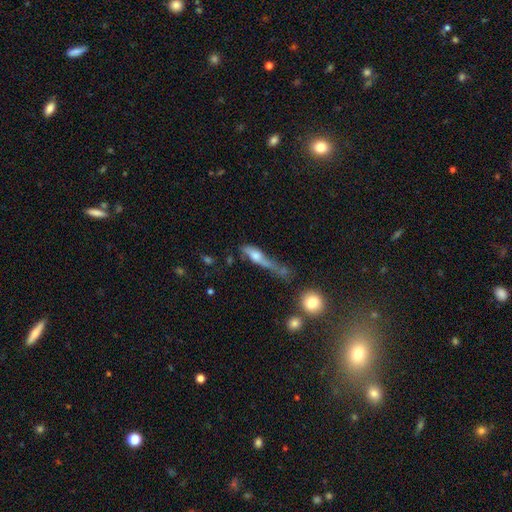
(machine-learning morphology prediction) A smooth galaxy with no disk features (50%).

Vote fractions:
- Smooth or featured? smooth: 50% / featured or disk: 41% / star or artifact: 10%
- Merging? major disturbance: 35% / none: 24% / minor disturbance: 23% / merger: 19%